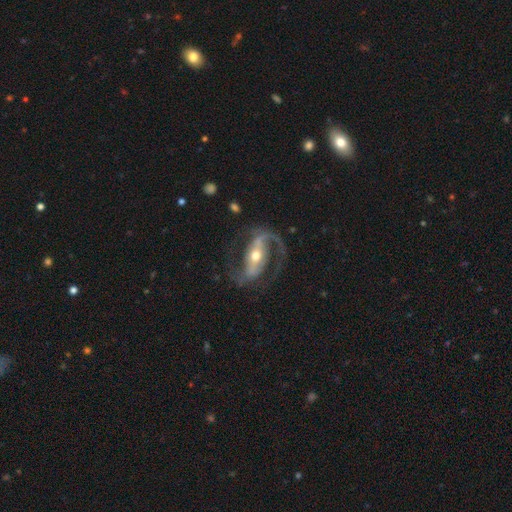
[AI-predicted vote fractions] This is clearly a featured or disk galaxy (89%). It is clearly not viewed edge-on (95%). Bar: possibly strong (54%). Spiral arm pattern: clearly yes (94%). Spiral arm count: clearly 2 (85%). Spiral winding: possibly medium (52%). Central bulge: likely moderate (66%). Merging: likely none (69%).